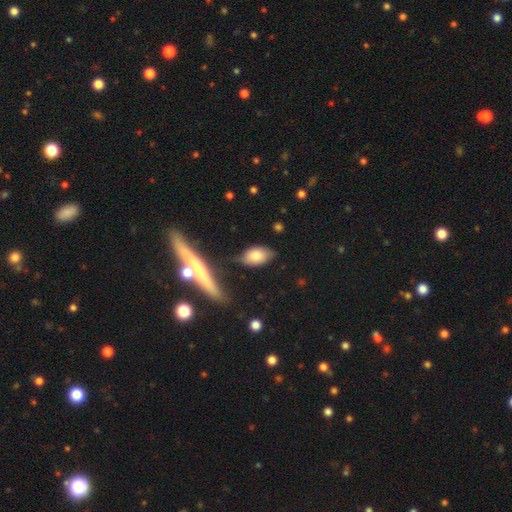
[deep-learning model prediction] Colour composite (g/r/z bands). It shows a smooth galaxy with no disk features (75%) that is in between round and cigar-shaped (88%). Merging: none (68%).